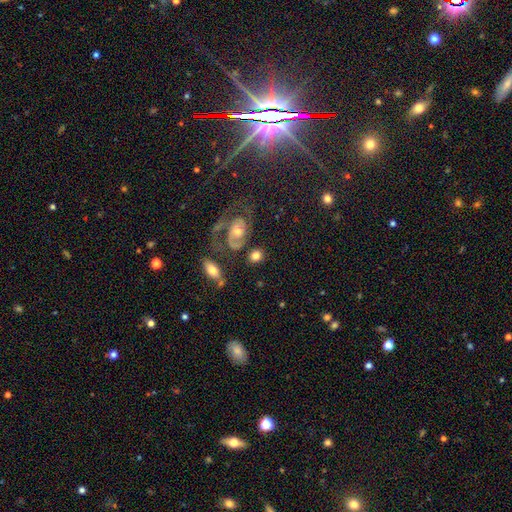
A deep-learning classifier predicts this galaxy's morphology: This appears to be a smooth galaxy with no disk features (66%) that is round (59%). Merging: none (63%).